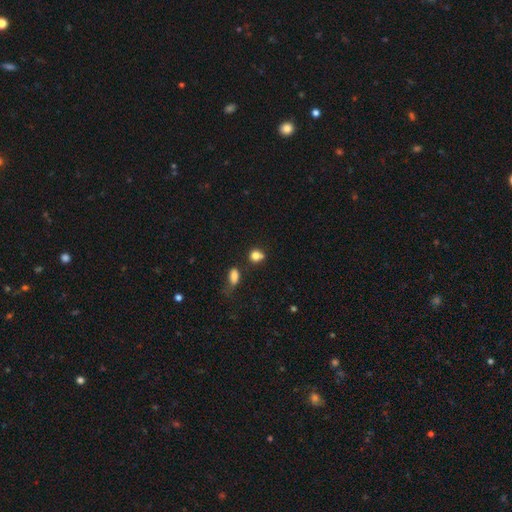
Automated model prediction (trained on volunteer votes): A smooth galaxy with no disk features (80%) that is round (68%). Merging: none (58%).